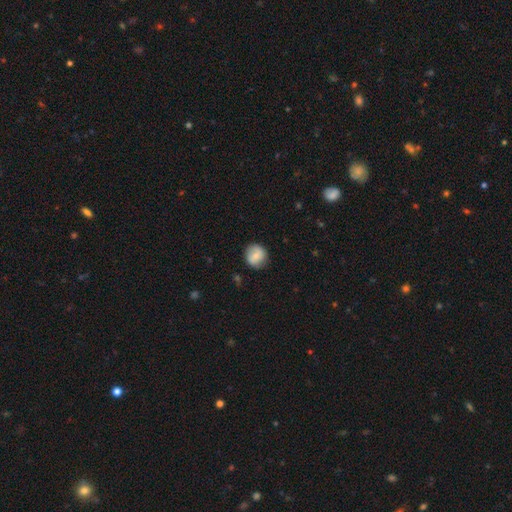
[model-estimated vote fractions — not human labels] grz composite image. It shows a smooth galaxy with no disk features (71%) that is round (87%). Merging: none (82%).